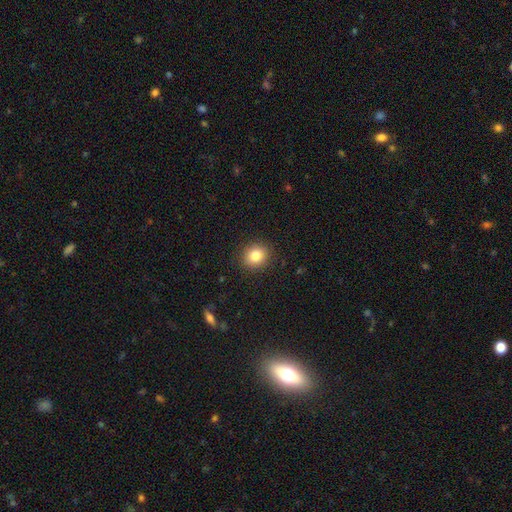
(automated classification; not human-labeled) This is clearly a smooth galaxy (83%). How rounded: likely round (78%). Merging: clearly none (90%).